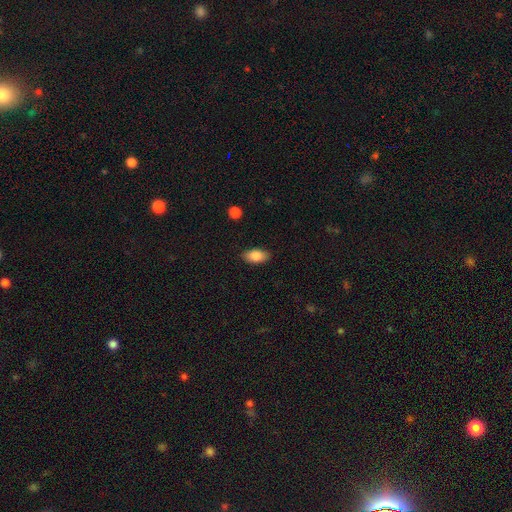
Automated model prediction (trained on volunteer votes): Overall: smooth (85%). How rounded: in between (92%). Merging: none (87%).